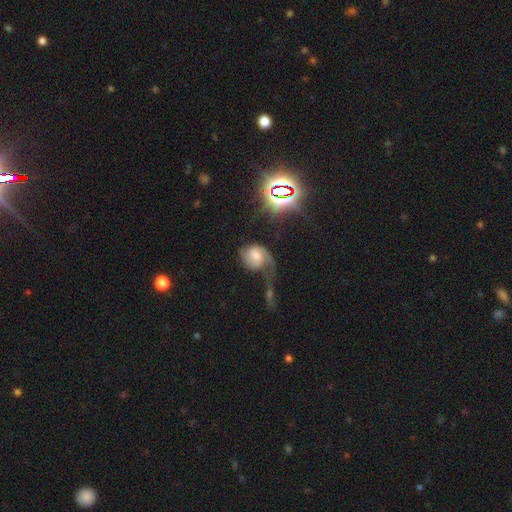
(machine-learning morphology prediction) Smooth or featured? Predicted: featured or disk (p=0.61). Edge-on disk? Predicted: no (p=0.97). Bar? Predicted: no (p=0.56). Spiral arms? Predicted: yes (p=0.87). Spiral winding? Predicted: loose (p=0.41). Spiral arm count? Predicted: 1 (p=0.54). Bulge size? Predicted: moderate (p=0.48). Merging? Predicted: major disturbance (p=0.43).